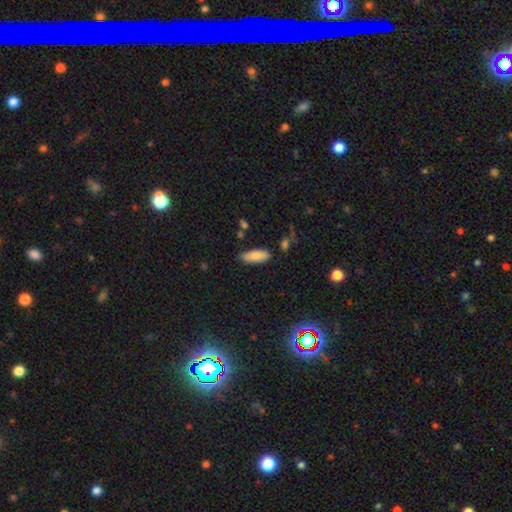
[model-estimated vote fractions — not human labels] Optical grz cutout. It shows a smooth galaxy with no disk features (84%) that is in between round and cigar-shaped (75%). Merging: none (80%).